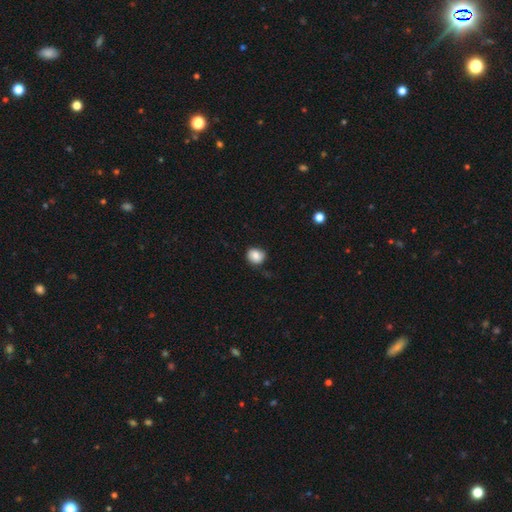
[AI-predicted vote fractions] smooth 83%, star or artifact 9%, featured or disk 8%. Down the decision tree: how rounded — round (72%); merging — none (76%).